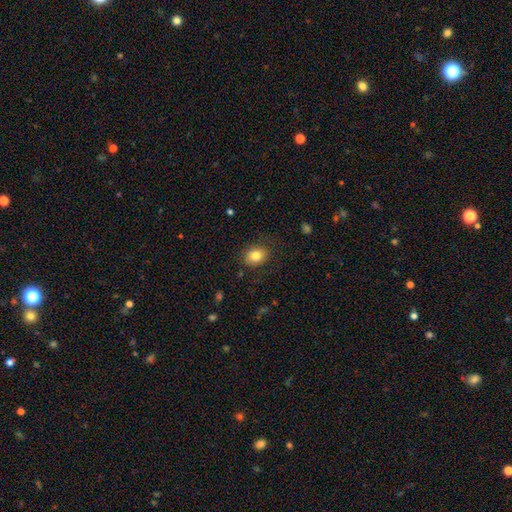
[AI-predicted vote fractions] smooth-or-featured: smooth: 82% | star or artifact: 9% | featured or disk: 8%
  how-rounded: in between: 53% | round: 47% | cigar-shaped: 1%
  merging: none: 84% | minor disturbance: 12% | major disturbance: 4% | merger: 1%